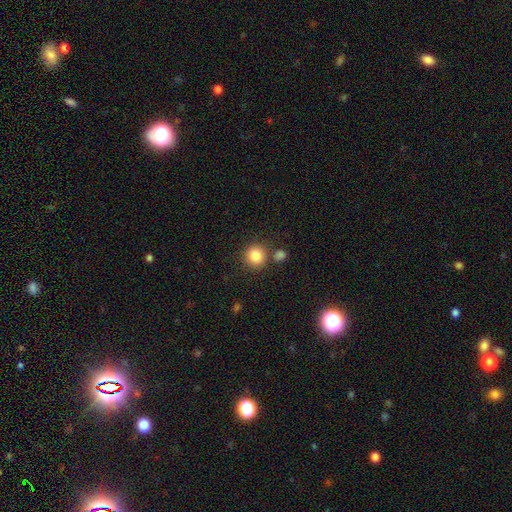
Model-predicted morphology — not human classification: This appears to be a smooth galaxy with no disk features (85%) that is round (91%). Merging: none (77%).